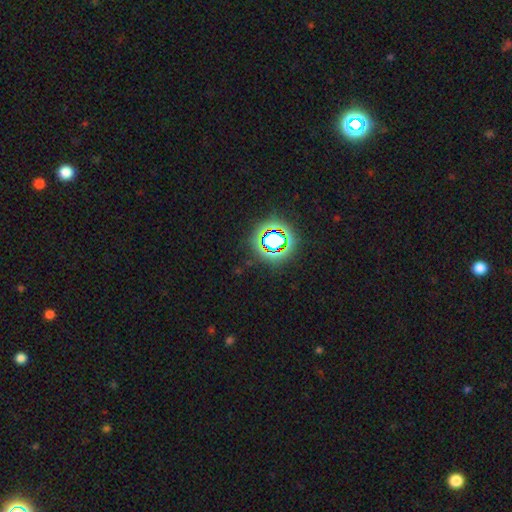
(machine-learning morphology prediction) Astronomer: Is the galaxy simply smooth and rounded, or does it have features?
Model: star or artifact — 78%.